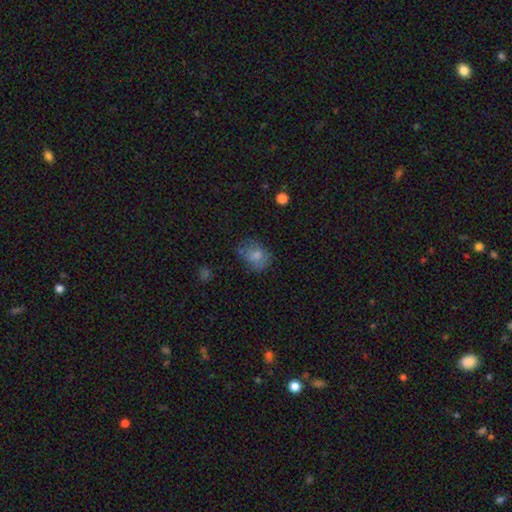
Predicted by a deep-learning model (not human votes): smooth_or_featured: smooth (p=0.74) [alt: featured or disk p=0.16]
how_rounded: in between (p=0.53) [alt: round p=0.46]
merging: none (p=0.56) [alt: minor disturbance p=0.27]